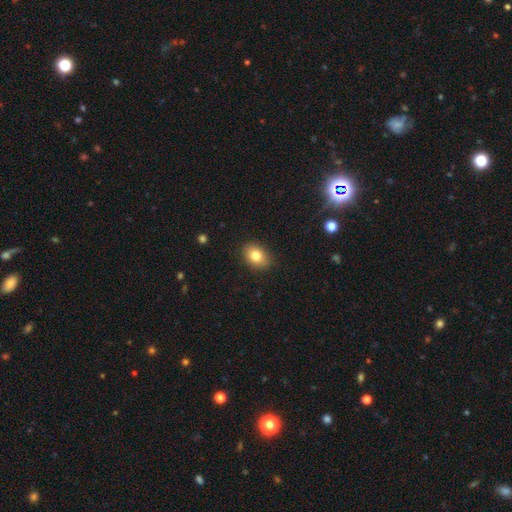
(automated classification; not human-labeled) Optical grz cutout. It shows a smooth galaxy with no disk features (81%) that is in between round and cigar-shaped (73%). Merging: none (87%).